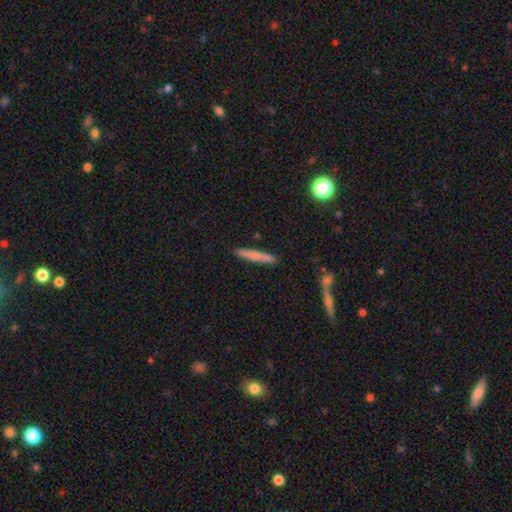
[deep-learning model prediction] Smooth or featured: smooth — 64% (featured or disk — 28%)
How rounded: cigar-shaped — 93% (in between — 5%)
Merging: none — 82% (minor disturbance — 10%)